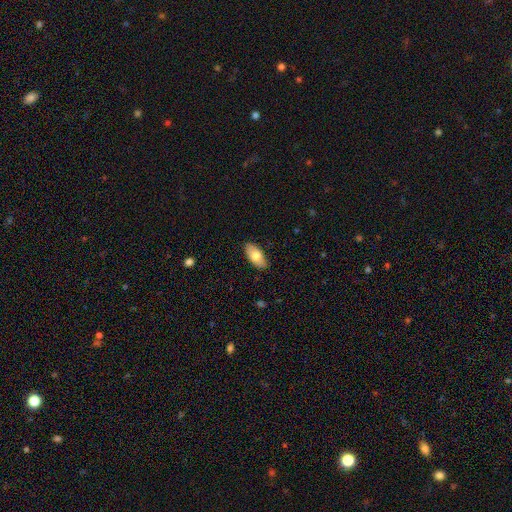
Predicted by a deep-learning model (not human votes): A smooth galaxy with no disk features (75%) that is in between round and cigar-shaped (92%).

Vote fractions:
- Smooth or featured? smooth: 75% / featured or disk: 19% / star or artifact: 6%
- How rounded? in between: 92% / cigar-shaped: 5% / round: 3%
- Merging? none: 87% / minor disturbance: 10% / major disturbance: 2% / merger: 1%